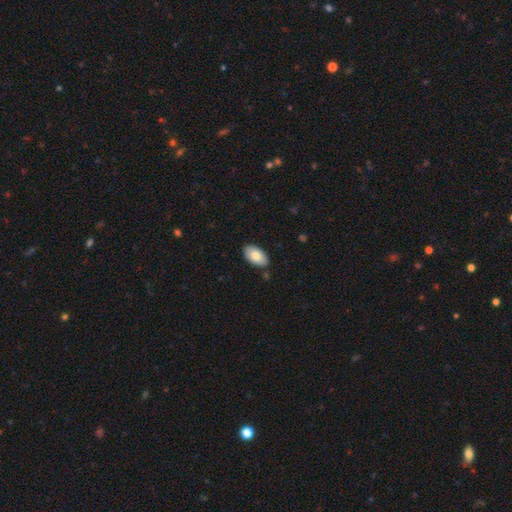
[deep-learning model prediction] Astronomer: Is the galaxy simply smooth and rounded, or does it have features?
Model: smooth — 78%.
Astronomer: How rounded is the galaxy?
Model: in between — 95%.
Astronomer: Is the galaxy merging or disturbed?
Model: none — 86%.